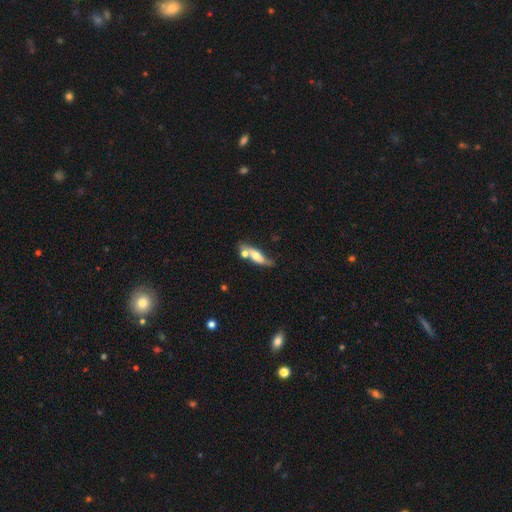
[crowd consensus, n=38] A featured or disk galaxy (53%) viewed edge-on (70%) with a rounded central bulge (79%).

Vote fractions:
- Smooth or featured? featured or disk: 53% / smooth: 39% / star or artifact: 8%
- Edge-on disk? yes: 70% / no: 30%
- Edge-on bulge? rounded: 79% / none: 14% / boxy: 7%
- Merging? merger: 43% / none: 40% / minor disturbance: 17% / major disturbance: 0%